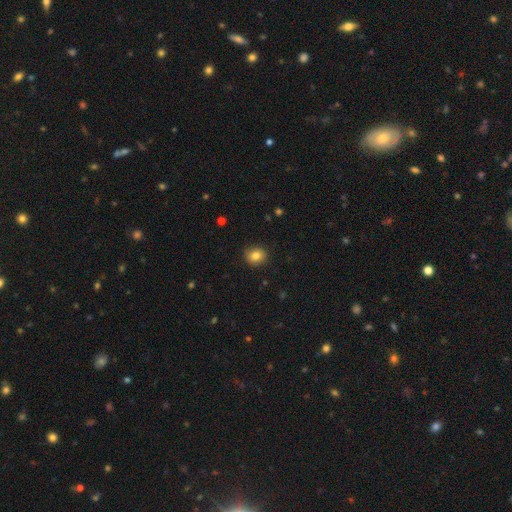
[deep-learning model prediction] Q: Smooth or featured?
A: smooth (83%); runner-up: star or artifact (10%)
Q: How rounded?
A: round (77%); runner-up: in between (22%)
Q: Merging?
A: none (89%); runner-up: minor disturbance (8%)